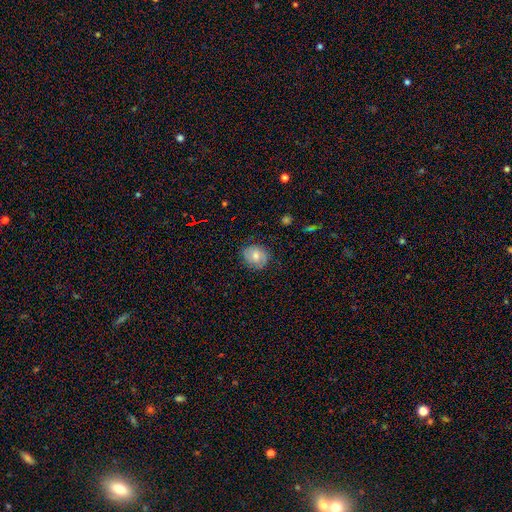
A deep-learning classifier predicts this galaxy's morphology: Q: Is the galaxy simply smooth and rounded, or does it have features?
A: smooth — 49%.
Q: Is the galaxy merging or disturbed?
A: none — 79%.